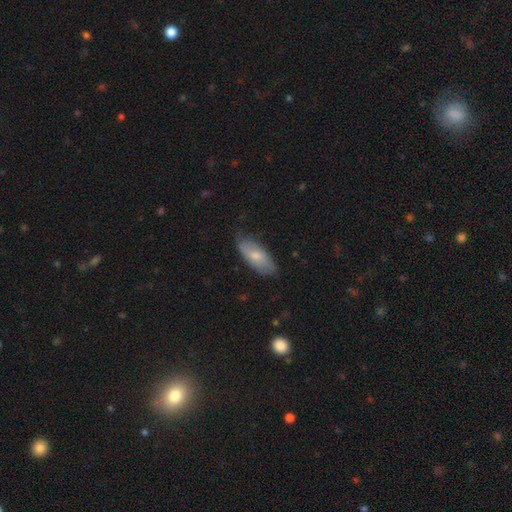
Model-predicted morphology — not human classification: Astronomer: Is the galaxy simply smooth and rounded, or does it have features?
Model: smooth — 67%.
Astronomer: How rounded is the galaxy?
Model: in between — 82%.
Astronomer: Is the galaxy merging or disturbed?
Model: none — 73%.